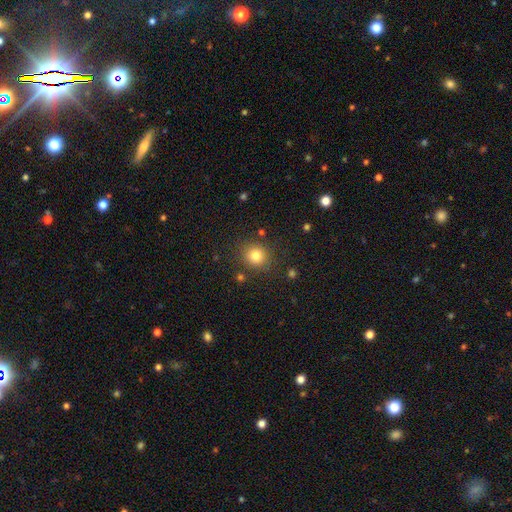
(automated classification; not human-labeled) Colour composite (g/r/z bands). It shows a smooth galaxy with no disk features (81%) that is round (85%). Merging: none (84%).